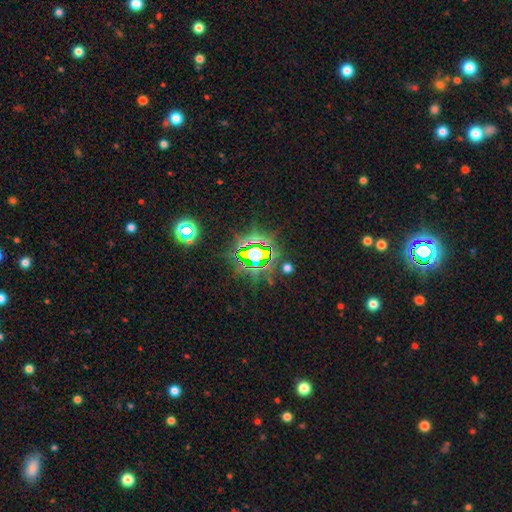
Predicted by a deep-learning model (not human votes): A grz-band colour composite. It shows a star or artifact, not a galaxy (76%).